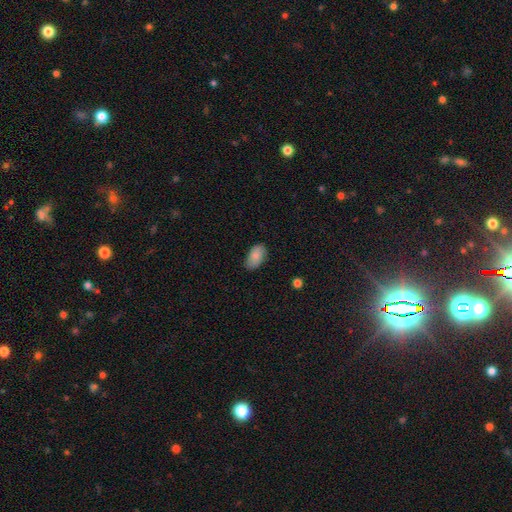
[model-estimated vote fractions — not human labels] This appears to be a smooth galaxy with no disk features (86%) that is in between round and cigar-shaped (94%). Merging: none (79%).